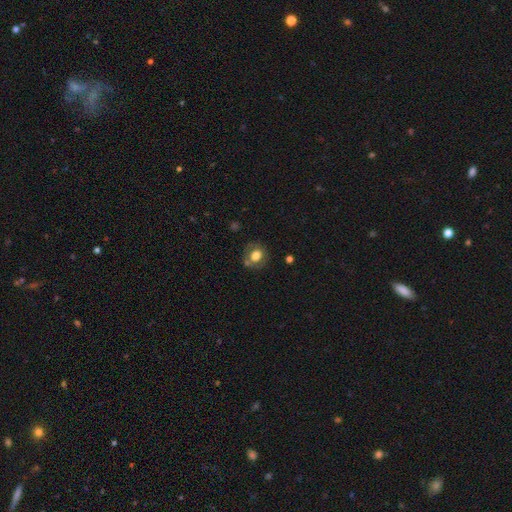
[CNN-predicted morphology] This is likely a smooth galaxy (66%). How rounded: likely round (66%). Merging: likely none (69%).